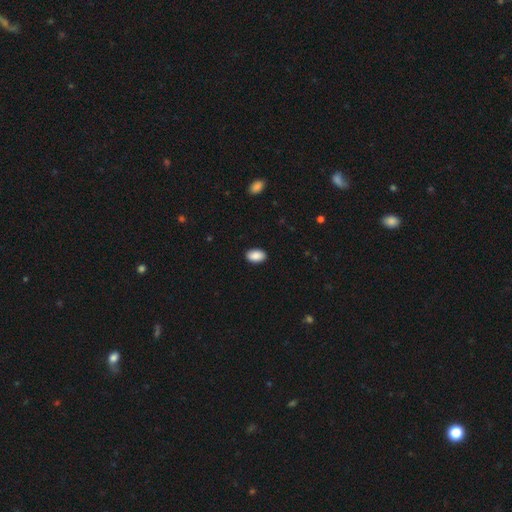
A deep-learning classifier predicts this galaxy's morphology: Smooth or featured: smooth — 90% (star or artifact — 7%)
How rounded: in between — 93% (round — 6%)
Merging: none — 90% (minor disturbance — 8%)